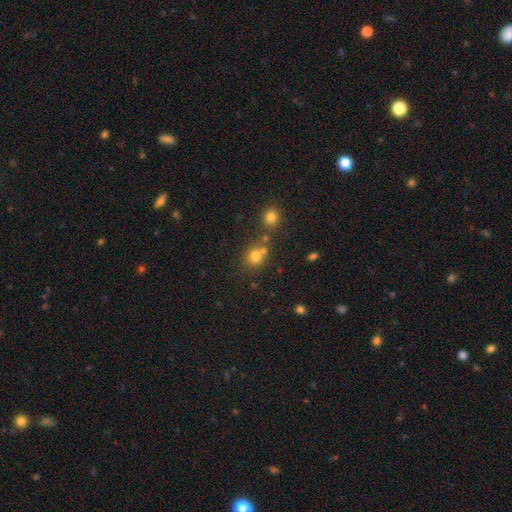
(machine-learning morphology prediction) Q: Smooth or featured?
A: smooth (76%); runner-up: star or artifact (15%)
Q: How rounded?
A: round (83%); runner-up: in between (16%)
Q: Merging?
A: none (57%); runner-up: merger (30%)